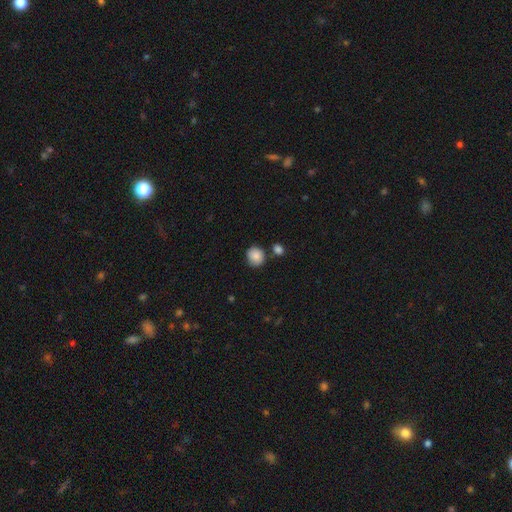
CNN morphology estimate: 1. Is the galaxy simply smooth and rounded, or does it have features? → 86% smooth, 8% star or artifact, 6% featured or disk.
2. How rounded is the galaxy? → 85% round, 14% in between, 1% cigar-shaped.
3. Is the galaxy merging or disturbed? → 73% none, 13% minor disturbance, 10% merger, 3% major disturbance.